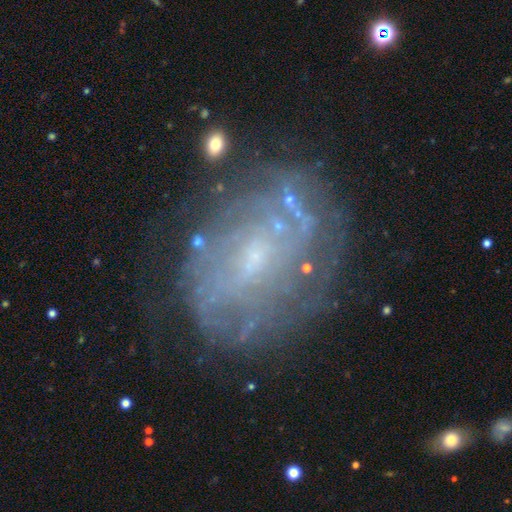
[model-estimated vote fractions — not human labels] smooth-or-featured: featured or disk: 72% | smooth: 16% | star or artifact: 12%
  disk-edge-on: no: 96% | yes: 4%
    bar: no: 50% | weak: 40% | strong: 10%
    has-spiral-arms: yes: 64% | no: 36%
    bulge-size: small: 62% | moderate: 23% | none: 11% | large: 2% | dominant: 1%
  merging: none: 69% | minor disturbance: 18% | major disturbance: 10% | merger: 3%